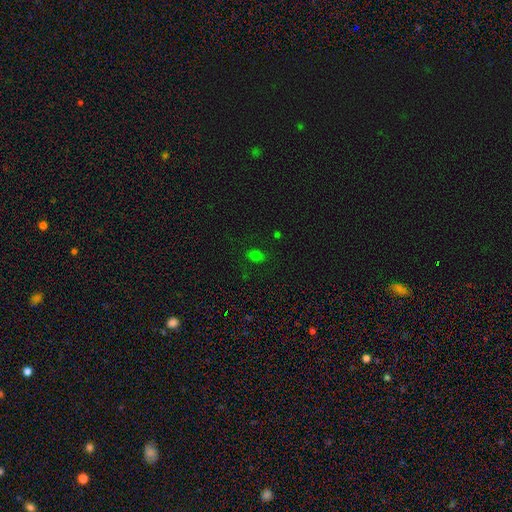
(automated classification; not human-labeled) Smooth or featured?
  - smooth: 73% *
  - star or artifact: 22%
  - featured or disk: 6%
How rounded?
  - in between: 67% *
  - round: 31%
  - cigar-shaped: 2%
Merging?
  - none: 81% *
  - minor disturbance: 14%
  - major disturbance: 4%
  - merger: 2%